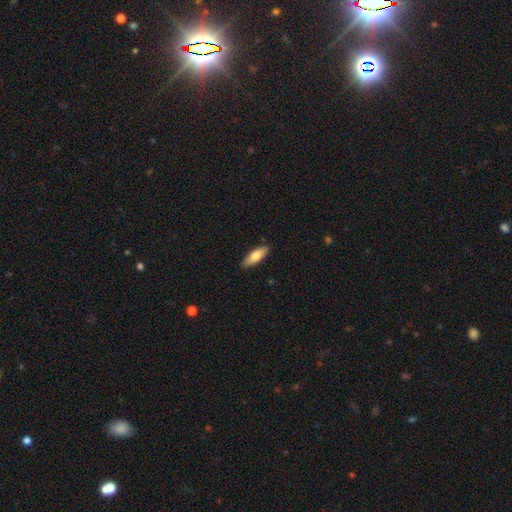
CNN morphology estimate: Q: Smooth or featured?
A: smooth (76%); runner-up: featured or disk (19%)
Q: How rounded?
A: in between (60%); runner-up: cigar-shaped (39%)
Q: Merging?
A: none (88%); runner-up: minor disturbance (9%)